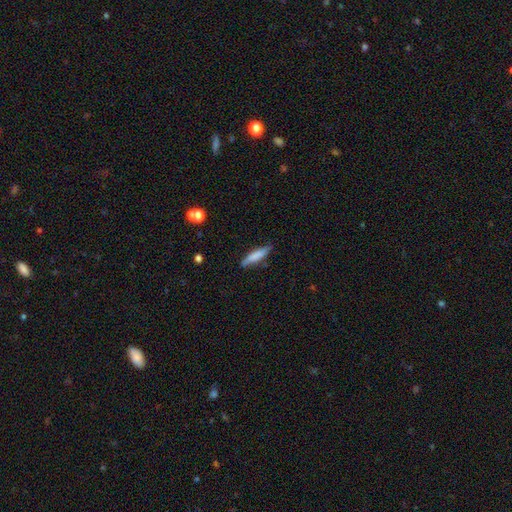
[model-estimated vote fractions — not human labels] A smooth galaxy with no disk features (75%) that is cigar-shaped (80%). Merging: none (79%).